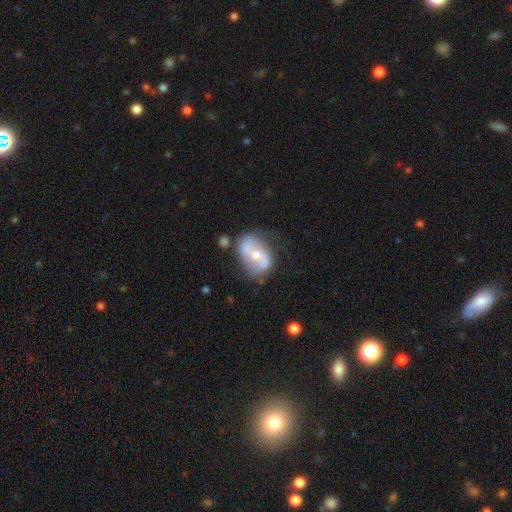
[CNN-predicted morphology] Smooth or featured? Predicted: featured or disk (p=0.70). Edge-on disk? Predicted: no (p=0.97). Bar? Predicted: no (p=0.46). Spiral arms? Predicted: yes (p=0.83). Spiral winding? Predicted: loose (p=0.45). Spiral arm count? Predicted: 2 (p=0.85). Bulge size? Predicted: moderate (p=0.61). Merging? Predicted: none (p=0.58).